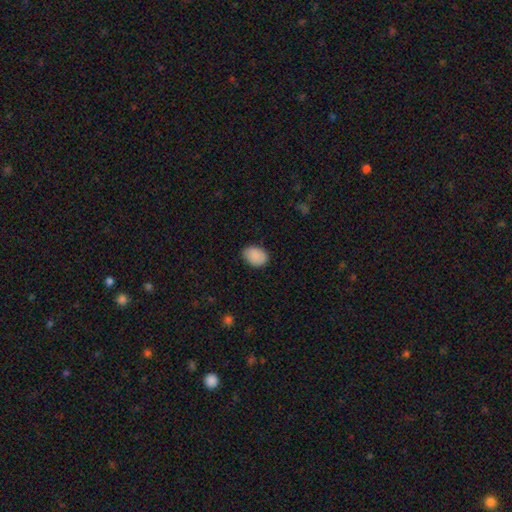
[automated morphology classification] Smooth or featured? smooth (89%)
How rounded? in between (76%)
Merging? none (84%)